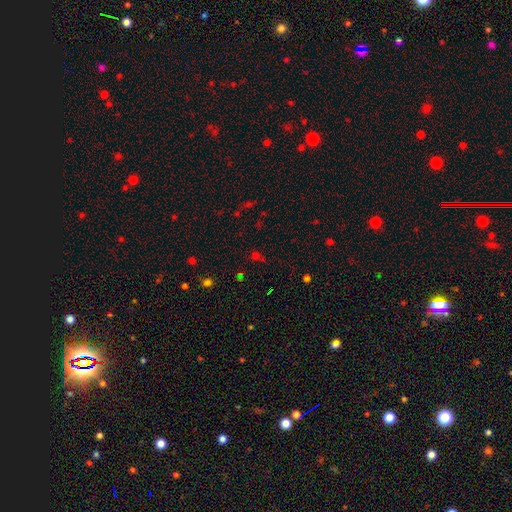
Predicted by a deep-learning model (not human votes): Morphology: type=star or artifact (51%).